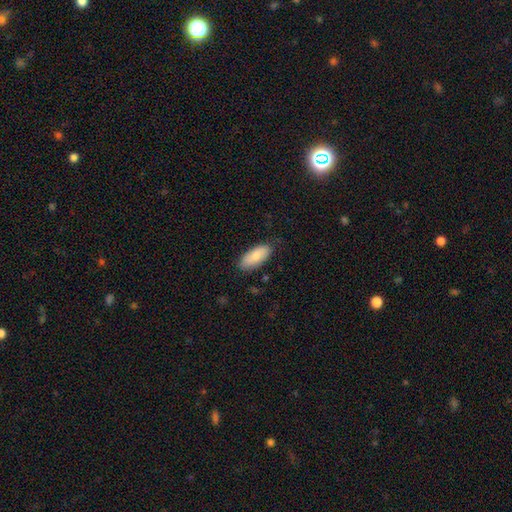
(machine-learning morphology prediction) type=smooth (85%); roundness=in between (87%); merging=none (80%).